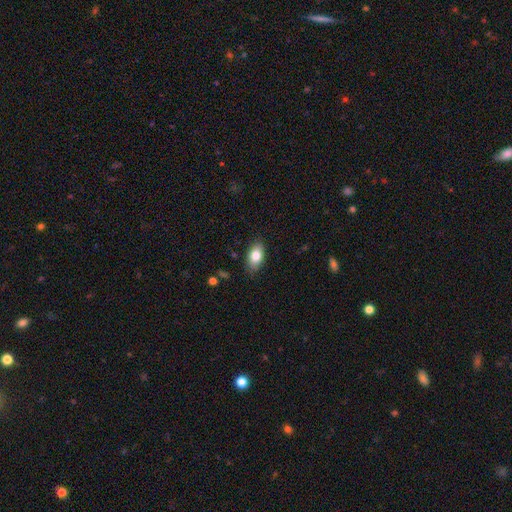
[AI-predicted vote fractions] Smooth or featured? smooth (80%)
How rounded? in between (91%)
Merging? none (85%)